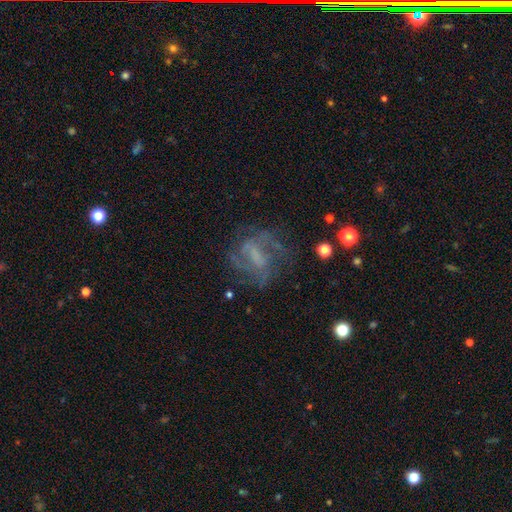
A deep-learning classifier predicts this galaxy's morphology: smooth-or-featured: featured or disk: 71% | smooth: 16% | star or artifact: 13%
  disk-edge-on: no: 96% | yes: 4%
    bar: weak: 44% | no: 30% | strong: 27%
    has-spiral-arms: yes: 77% | no: 23%
      spiral-winding: medium: 45% | tight: 32% | loose: 23%
      spiral-arm-count: can't tell: 37% | 2: 31% | 3: 16% | 4: 6% | 1: 6% | more than 4: 4%
    bulge-size: none: 48% | small: 24% | moderate: 21% | large: 6% | dominant: 1%
  merging: none: 58% | major disturbance: 22% | minor disturbance: 18% | merger: 2%